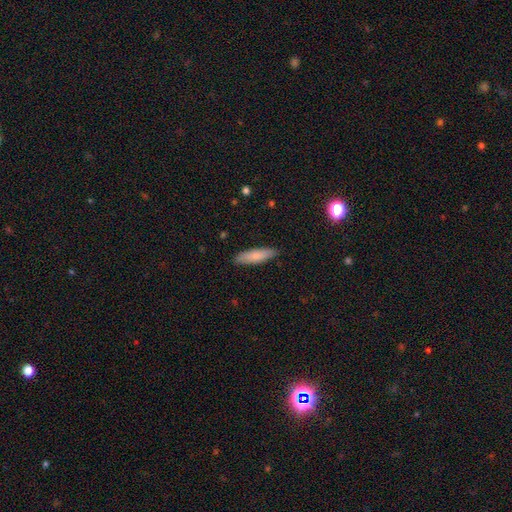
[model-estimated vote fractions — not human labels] Smooth or featured?
  - smooth: 81% *
  - featured or disk: 13%
  - star or artifact: 6%
How rounded?
  - cigar-shaped: 66% *
  - in between: 32%
  - round: 2%
Merging?
  - none: 88% *
  - minor disturbance: 10%
  - major disturbance: 2%
  - merger: 1%